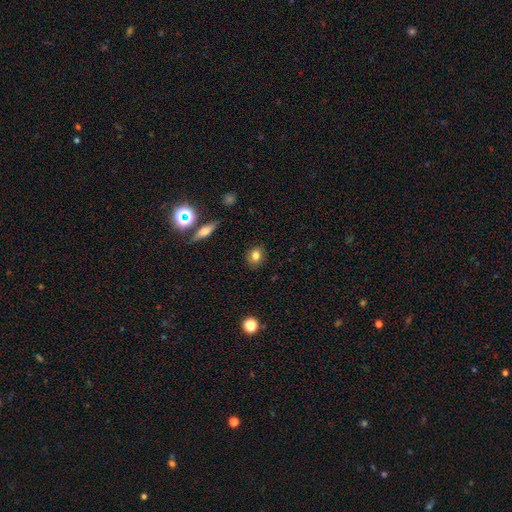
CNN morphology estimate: smooth-or-featured: smooth: 80% | star or artifact: 11% | featured or disk: 9%
  how-rounded: round: 65% | in between: 33% | cigar-shaped: 2%
  merging: none: 88% | minor disturbance: 9% | major disturbance: 2% | merger: 1%